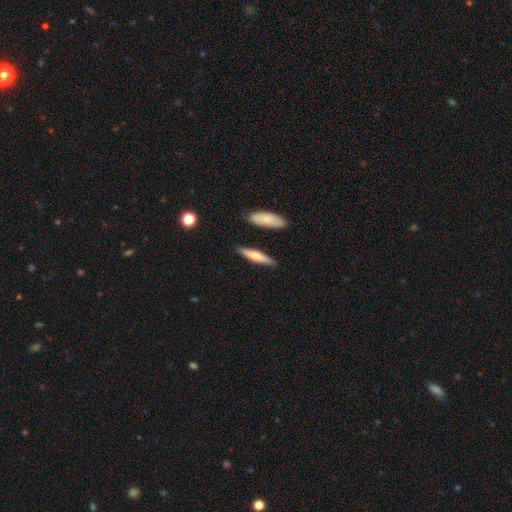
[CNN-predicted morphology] Smooth or featured? Predicted: smooth (p=0.61). How rounded? Predicted: cigar-shaped (p=0.83). Merging? Predicted: none (p=0.84).